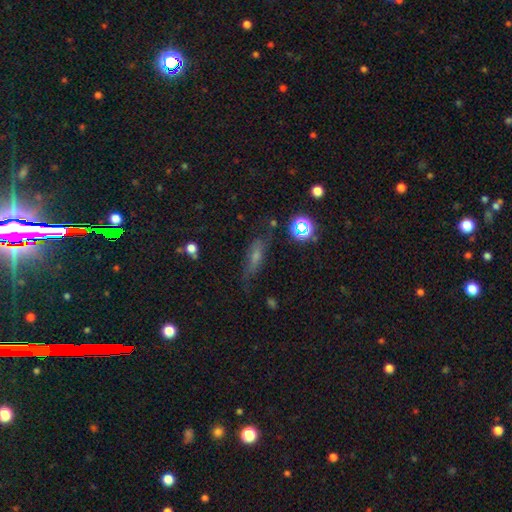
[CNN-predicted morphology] smooth_or_featured: smooth (p=0.47) [alt: featured or disk p=0.35]
merging: none (p=0.69) [alt: minor disturbance p=0.21]